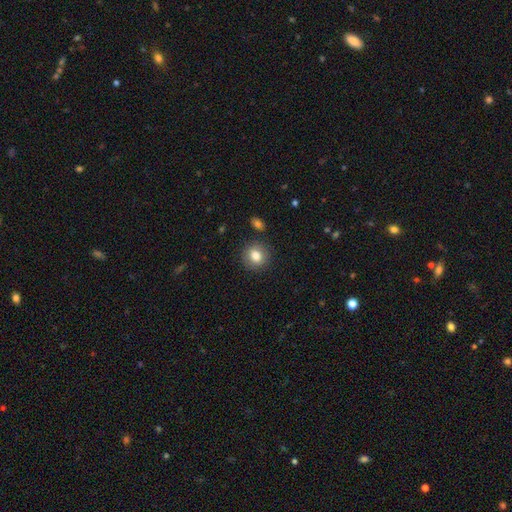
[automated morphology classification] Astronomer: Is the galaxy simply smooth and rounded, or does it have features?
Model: smooth — 82%.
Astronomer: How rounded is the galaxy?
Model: round — 81%.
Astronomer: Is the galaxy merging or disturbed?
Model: none — 87%.